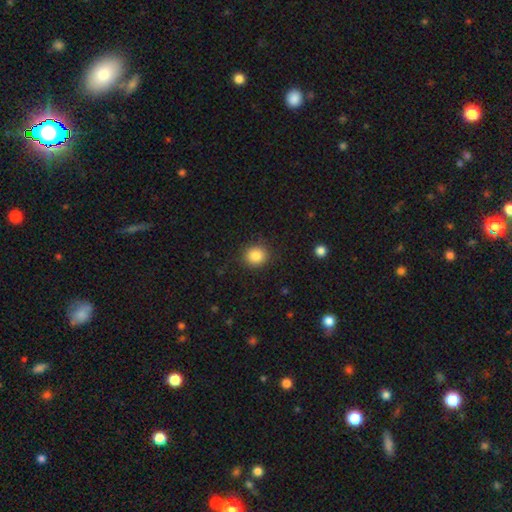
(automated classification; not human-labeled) smooth_or_featured: smooth (p=0.85) [alt: star or artifact p=0.10]
how_rounded: round (p=0.82) [alt: in between p=0.17]
merging: none (p=0.88) [alt: minor disturbance p=0.08]